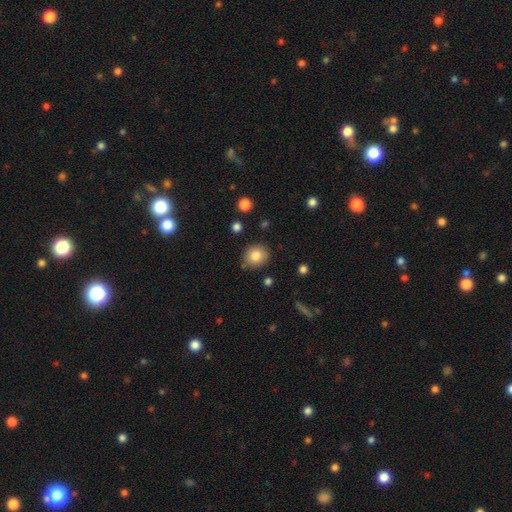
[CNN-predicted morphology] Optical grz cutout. It shows a smooth galaxy with no disk features (82%) that is round (81%). Merging: none (84%).